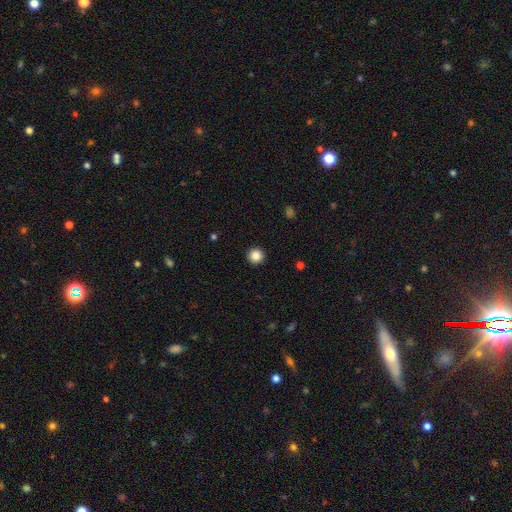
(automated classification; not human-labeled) Smooth or featured? smooth (86%)
How rounded? round (96%)
Merging? none (93%)